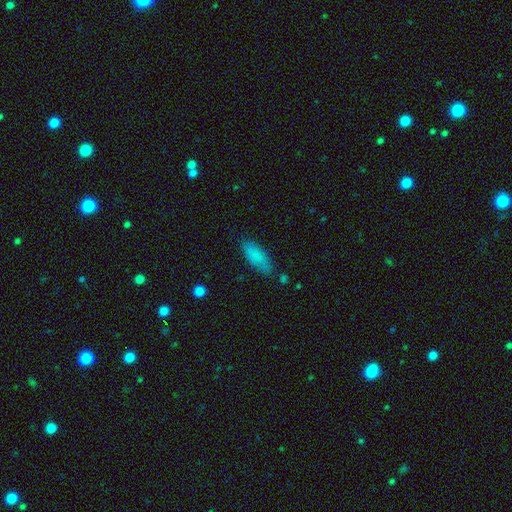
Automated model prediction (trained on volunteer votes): smooth 83%, featured or disk 9%, star or artifact 7%. Down the decision tree: how rounded — in between (65%); merging — none (79%).